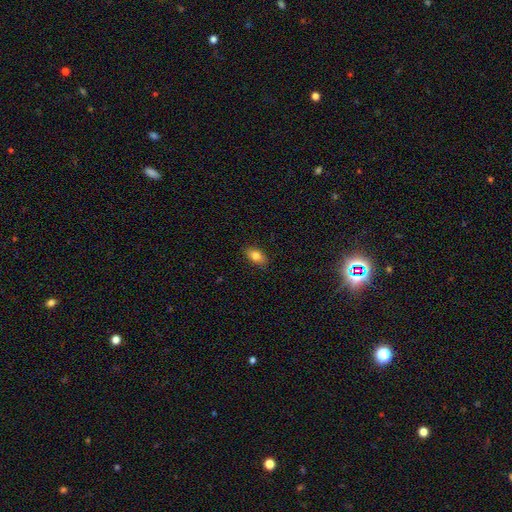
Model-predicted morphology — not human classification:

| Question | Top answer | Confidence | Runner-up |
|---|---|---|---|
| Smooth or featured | smooth | 81% | featured or disk (11%) |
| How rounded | in between | 88% | round (7%) |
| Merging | none | 86% | minor disturbance (11%) |